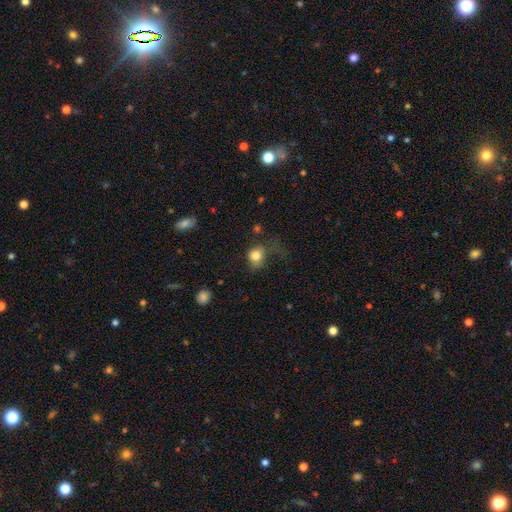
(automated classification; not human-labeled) Smooth or featured: smooth — 79% (star or artifact — 11%)
How rounded: round — 67% (in between — 32%)
Merging: none — 43% (major disturbance — 28%)